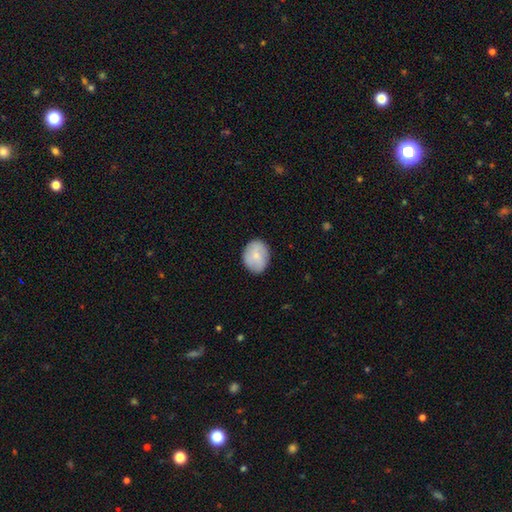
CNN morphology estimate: A smooth galaxy with no disk features (75%) that is round (52%). Merging: none (82%).